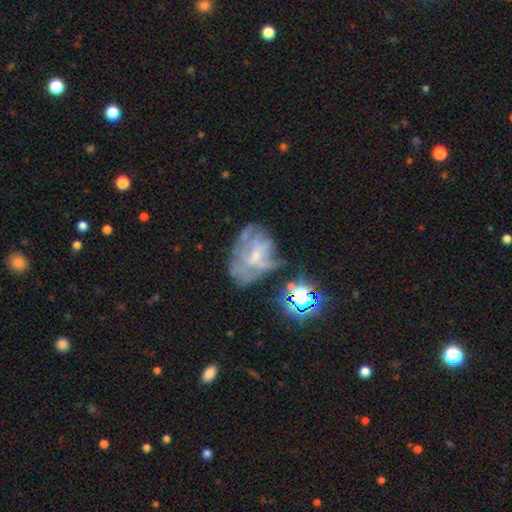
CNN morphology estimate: A featured or disk galaxy (62%) with no bar (62%), spiral arms (51%) and a small central bulge (50%). Merging: none (43%).